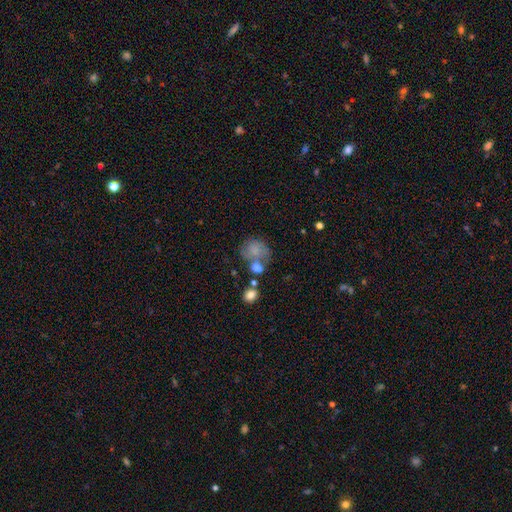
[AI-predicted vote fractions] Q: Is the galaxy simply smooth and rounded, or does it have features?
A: smooth — 47%.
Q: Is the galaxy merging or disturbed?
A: none — 53%.